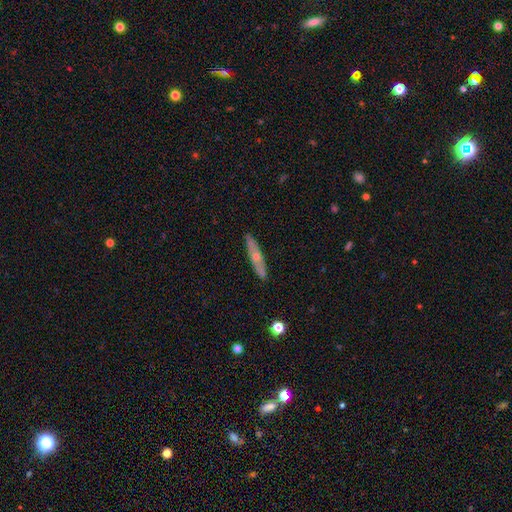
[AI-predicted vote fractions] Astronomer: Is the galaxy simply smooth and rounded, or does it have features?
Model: smooth — 51% (runner-up: featured or disk, 43%).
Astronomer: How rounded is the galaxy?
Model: cigar-shaped — 83%.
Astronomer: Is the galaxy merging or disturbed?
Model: none — 86%.